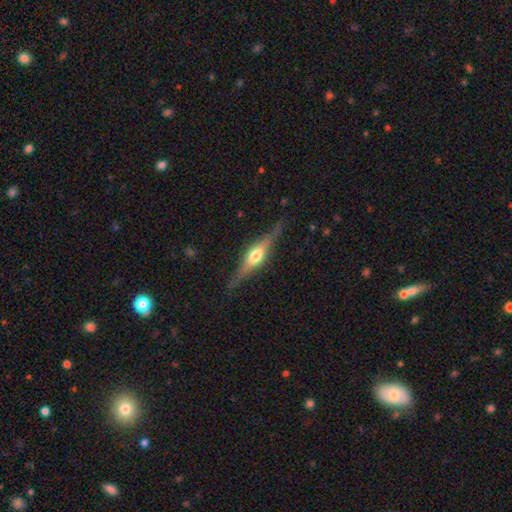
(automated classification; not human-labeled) This appears to be a featured or disk galaxy (73%) viewed edge-on (96%) with a rounded central bulge (91%). Merging: none (84%).